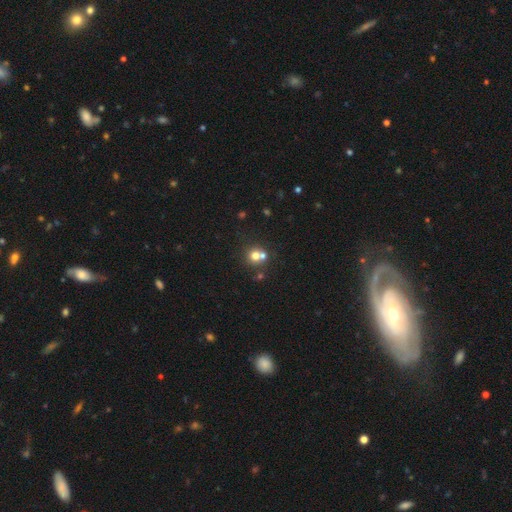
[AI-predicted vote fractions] smooth-or-featured: smooth: 70% | star or artifact: 16% | featured or disk: 15%
  how-rounded: round: 87% | in between: 12% | cigar-shaped: 1%
  merging: none: 50% | merger: 40% | minor disturbance: 7% | major disturbance: 3%